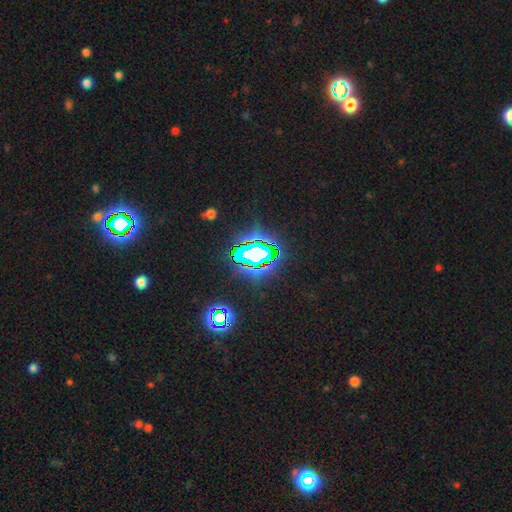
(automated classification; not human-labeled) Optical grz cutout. It shows a star or artifact, not a galaxy (70%).